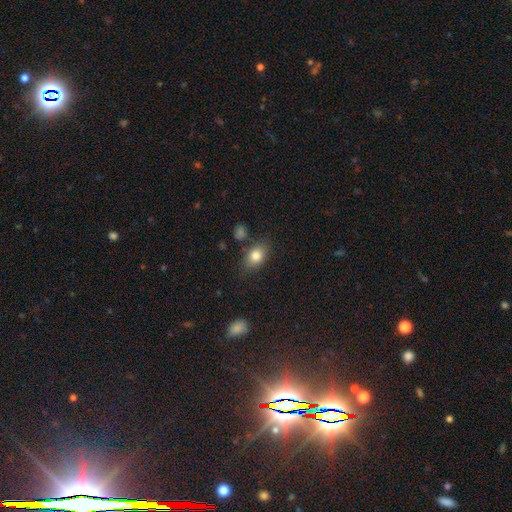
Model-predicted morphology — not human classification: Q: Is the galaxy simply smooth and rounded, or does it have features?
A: smooth — 81%.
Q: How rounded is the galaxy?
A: in between — 72%.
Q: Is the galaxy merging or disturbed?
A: none — 73%.